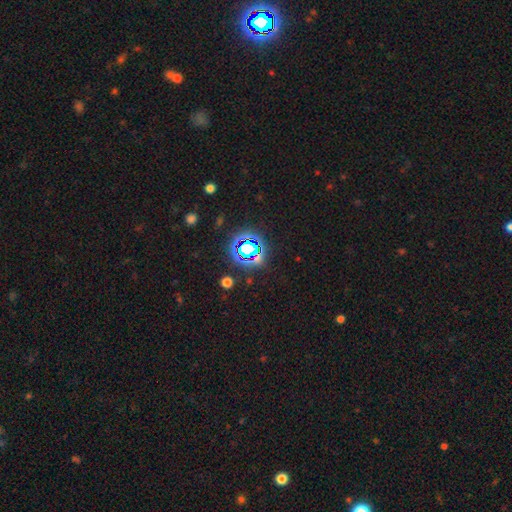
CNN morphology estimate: A star or artifact, not a galaxy (70%).

Vote fractions:
- Smooth or featured? star or artifact: 70% / smooth: 20% / featured or disk: 10%